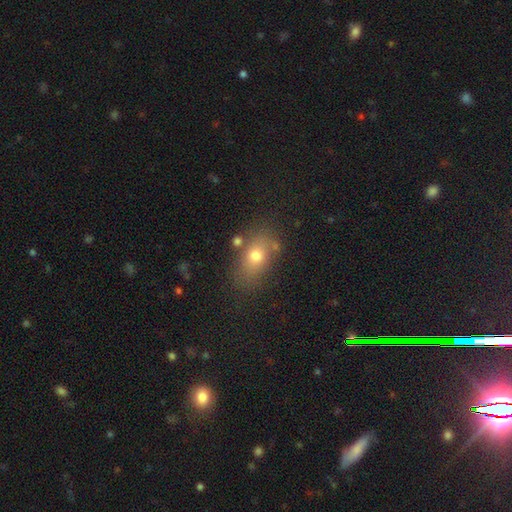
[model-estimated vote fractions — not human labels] A smooth galaxy with no disk features (72%) that is in between round and cigar-shaped (76%). Merging: none (70%).